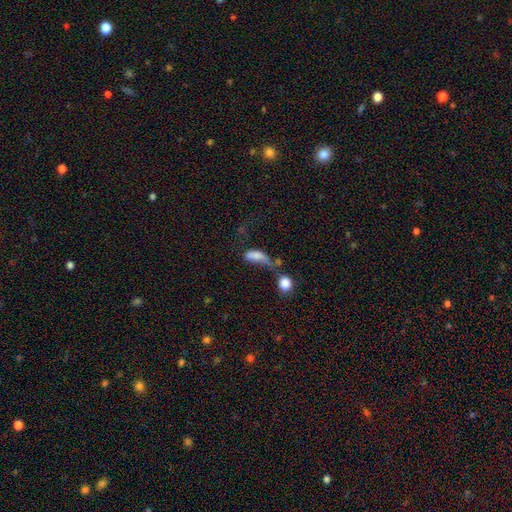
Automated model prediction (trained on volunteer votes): Smooth or featured? Predicted: smooth (p=0.69). How rounded? Predicted: in between (p=0.71). Merging? Predicted: merger (p=0.36).